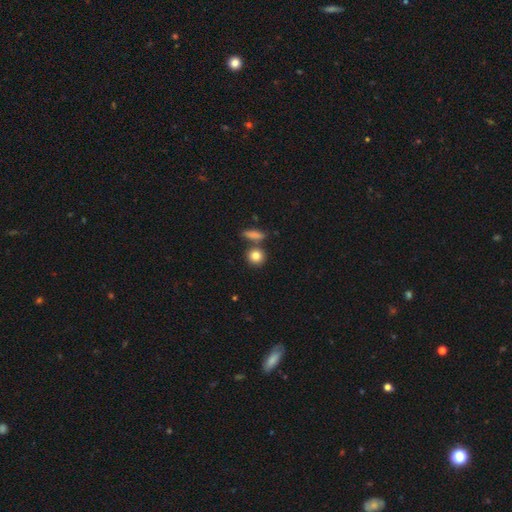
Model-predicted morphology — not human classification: A smooth galaxy with no disk features (84%) that is round (83%).

Vote fractions:
- Smooth or featured? smooth: 84% / star or artifact: 9% / featured or disk: 7%
- How rounded? round: 83% / in between: 14% / cigar-shaped: 3%
- Merging? none: 71% / merger: 16% / minor disturbance: 10% / major disturbance: 3%